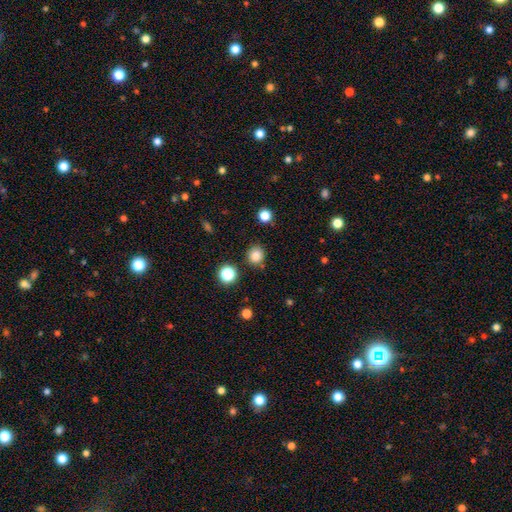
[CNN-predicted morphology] A smooth galaxy with no disk features (83%) that is round (88%). Merging: none (85%).